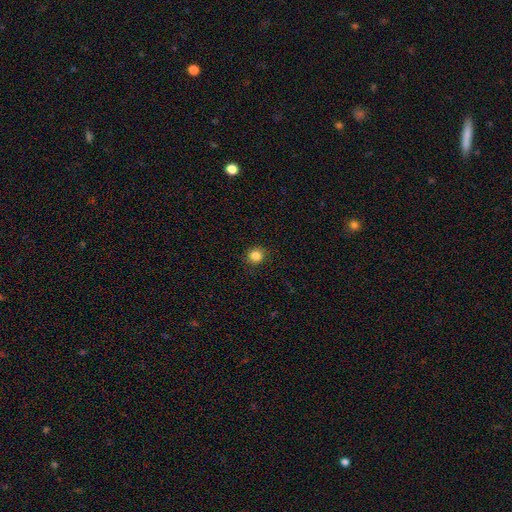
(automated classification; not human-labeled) Overall: smooth (85%). How rounded: round (89%). Merging: none (91%).